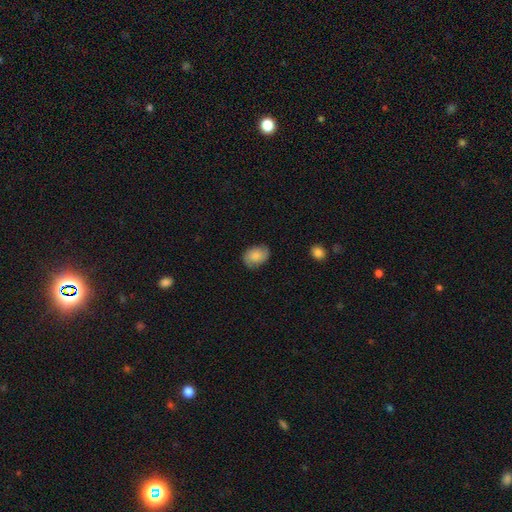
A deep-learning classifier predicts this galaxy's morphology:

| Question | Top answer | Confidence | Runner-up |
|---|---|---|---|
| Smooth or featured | smooth | 71% | featured or disk (21%) |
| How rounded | in between | 71% | round (27%) |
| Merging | none | 77% | minor disturbance (18%) |